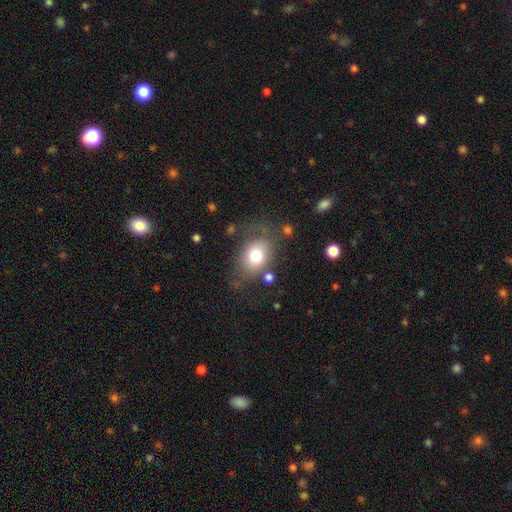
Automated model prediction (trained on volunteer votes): A smooth galaxy with no disk features (74%) that is in between round and cigar-shaped (64%).

Vote fractions:
- Smooth or featured? smooth: 74% / featured or disk: 16% / star or artifact: 10%
- How rounded? in between: 64% / round: 35% / cigar-shaped: 1%
- Merging? none: 64% / minor disturbance: 20% / major disturbance: 11% / merger: 5%